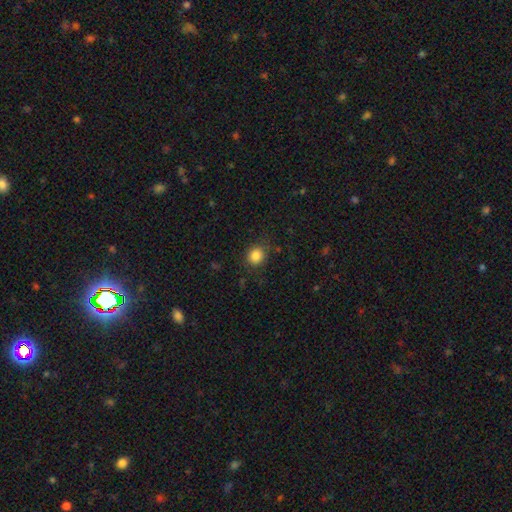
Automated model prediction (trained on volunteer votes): Morphology: type=smooth (85%); roundness=round (82%); merging=none (84%).